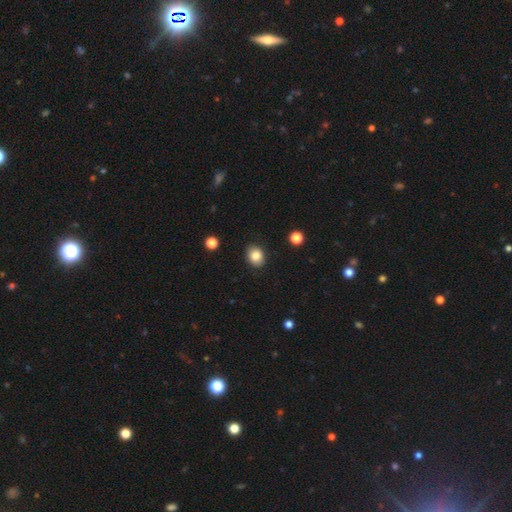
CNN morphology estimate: The model was most divided on "how rounded": in between: 56%, round: 43%, cigar-shaped: 1%. More confident: merging — none (88%); smooth or featured — smooth (84%).